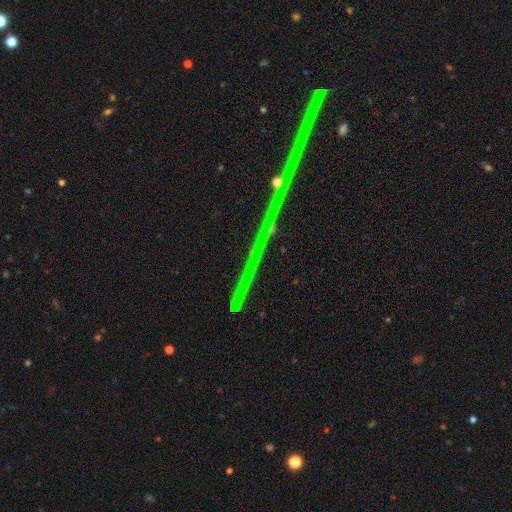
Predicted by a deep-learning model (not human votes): A star or artifact, not a galaxy (81%).

Vote fractions:
- Smooth or featured? star or artifact: 81% / featured or disk: 14% / smooth: 5%